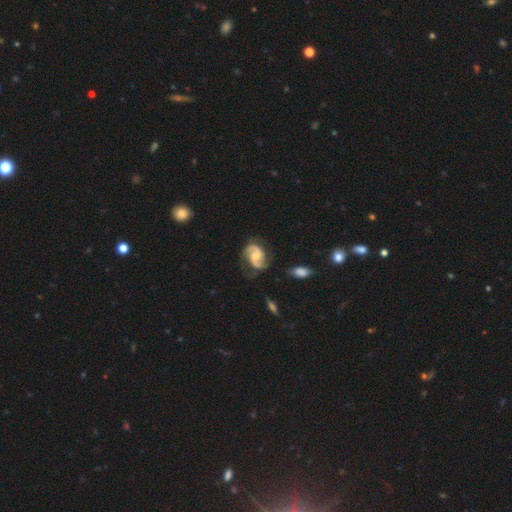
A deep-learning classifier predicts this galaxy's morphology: Q: Smooth or featured?
A: featured or disk (86%); runner-up: smooth (9%)
Q: Edge-on disk?
A: no (98%); runner-up: yes (2%)
Q: Bar?
A: no (51%); runner-up: weak (40%)
Q: Spiral arms?
A: yes (97%); runner-up: no (3%)
Q: Spiral winding?
A: medium (52%); runner-up: loose (27%)
Q: Spiral arm count?
A: 2 (91%); runner-up: can't tell (3%)
Q: Bulge size?
A: moderate (53%); runner-up: small (34%)
Q: Merging?
A: none (68%); runner-up: minor disturbance (21%)